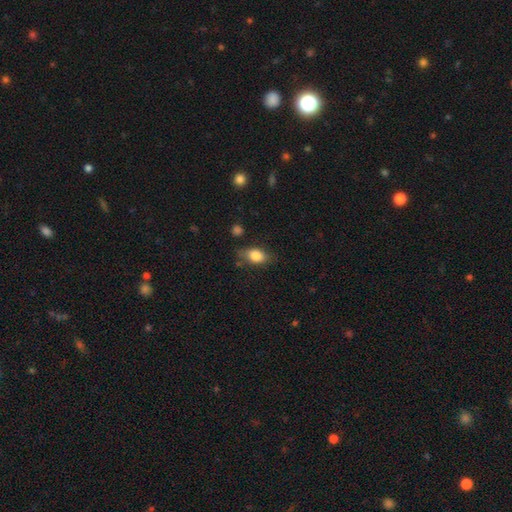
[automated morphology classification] Smooth or featured: smooth — 81% (featured or disk — 11%)
How rounded: in between — 82% (round — 13%)
Merging: none — 71% (minor disturbance — 21%)